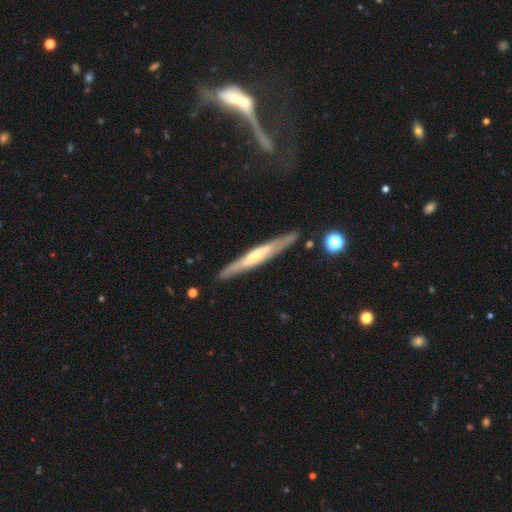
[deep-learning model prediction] featured or disk 64%, smooth 31%, star or artifact 5%. Down the decision tree: edge-on disk — yes (90%); edge-on bulge — rounded (52%); merging — none (87%).